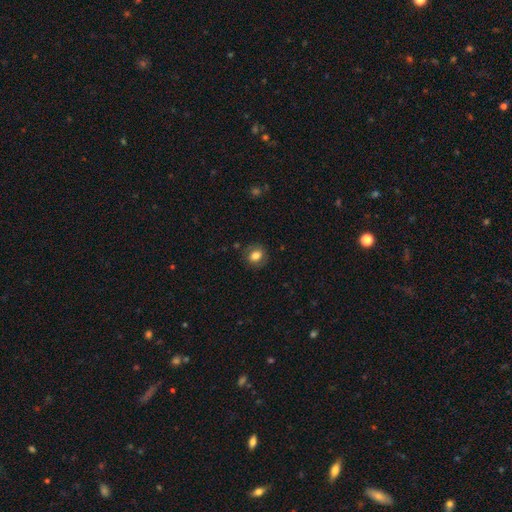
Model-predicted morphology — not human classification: Smooth or featured?
  - smooth: 78% *
  - featured or disk: 13%
  - star or artifact: 9%
How rounded?
  - round: 68% *
  - in between: 31%
  - cigar-shaped: 1%
Merging?
  - none: 83% *
  - minor disturbance: 12%
  - major disturbance: 4%
  - merger: 1%